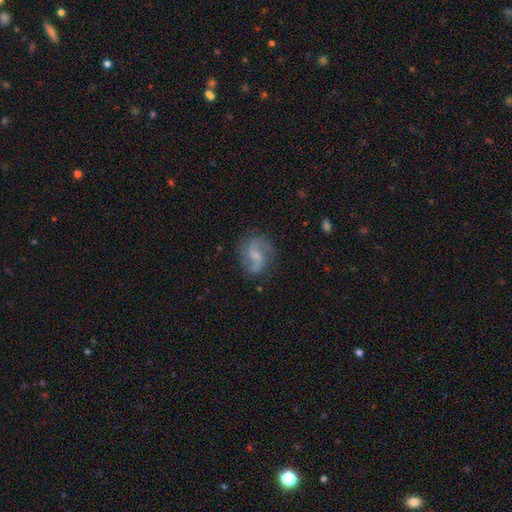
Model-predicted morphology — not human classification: Smooth or featured? Predicted: featured or disk (p=0.76). Edge-on disk? Predicted: no (p=0.98). Bar? Predicted: weak (p=0.52). Spiral arms? Predicted: yes (p=0.94). Spiral winding? Predicted: loose (p=0.51). Spiral arm count? Predicted: 2 (p=0.89). Bulge size? Predicted: small (p=0.40). Merging? Predicted: none (p=0.74).